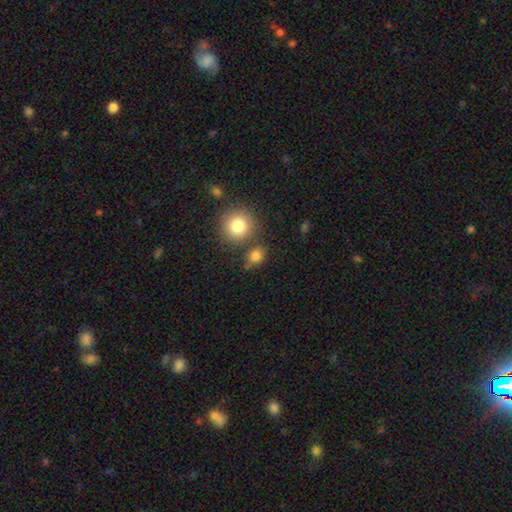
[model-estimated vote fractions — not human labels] Q: Smooth or featured?
A: smooth (81%); runner-up: star or artifact (12%)
Q: How rounded?
A: round (70%); runner-up: in between (28%)
Q: Merging?
A: none (67%); runner-up: merger (16%)